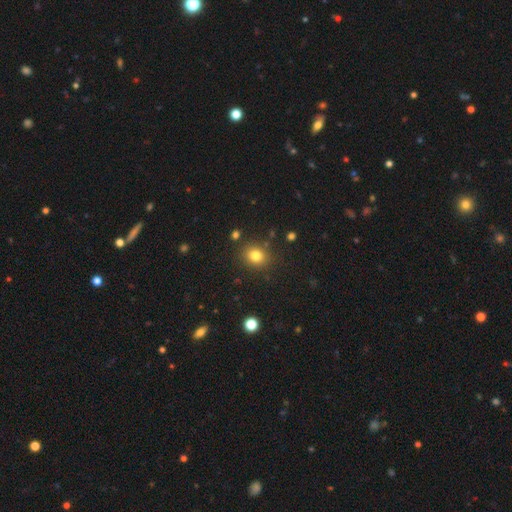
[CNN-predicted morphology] smooth-or-featured: smooth: 80% | star or artifact: 13% | featured or disk: 7%
  how-rounded: round: 70% | in between: 30% | cigar-shaped: 1%
  merging: none: 86% | minor disturbance: 9% | merger: 3% | major disturbance: 3%